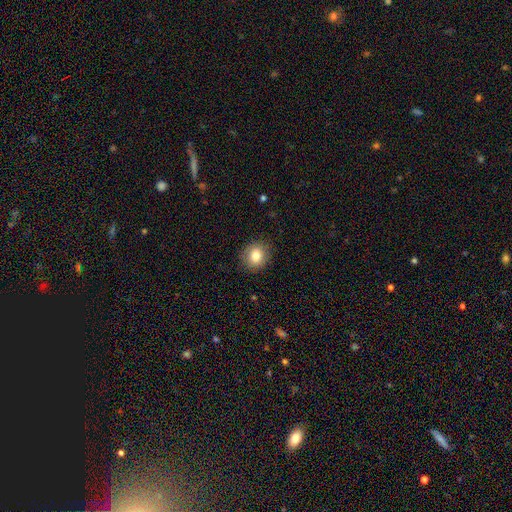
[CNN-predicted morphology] A smooth galaxy with no disk features (82%) that is round (79%).

Vote fractions:
- Smooth or featured? smooth: 82% / star or artifact: 10% / featured or disk: 8%
- How rounded? round: 79% / in between: 20% / cigar-shaped: 1%
- Merging? none: 88% / minor disturbance: 8% / major disturbance: 2% / merger: 1%